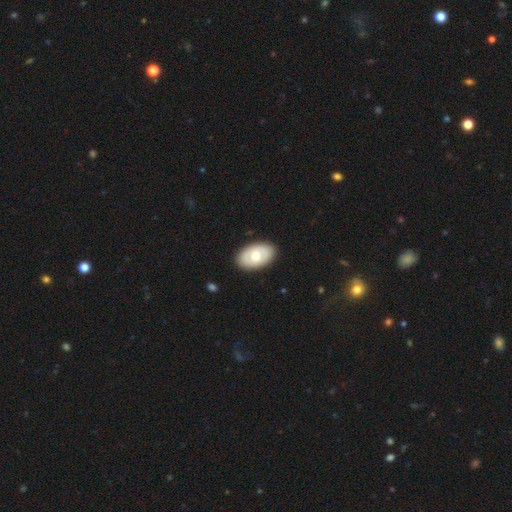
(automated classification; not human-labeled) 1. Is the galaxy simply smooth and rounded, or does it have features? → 59% smooth, 36% featured or disk, 5% star or artifact.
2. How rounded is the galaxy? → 91% in between, 8% round, 1% cigar-shaped.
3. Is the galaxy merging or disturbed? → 88% none, 9% minor disturbance, 2% major disturbance, 1% merger.